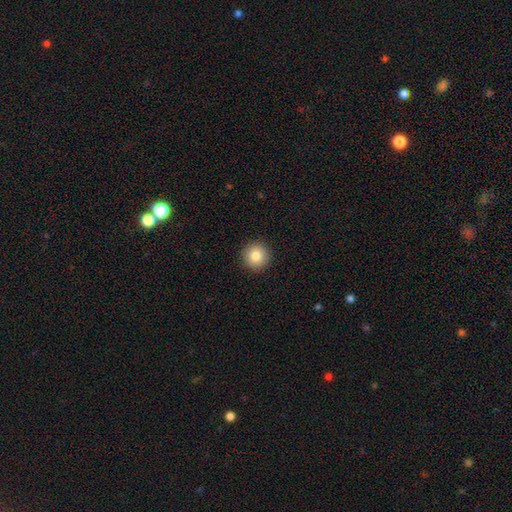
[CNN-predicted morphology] A smooth galaxy with no disk features (83%) that is round (95%). Merging: none (93%).